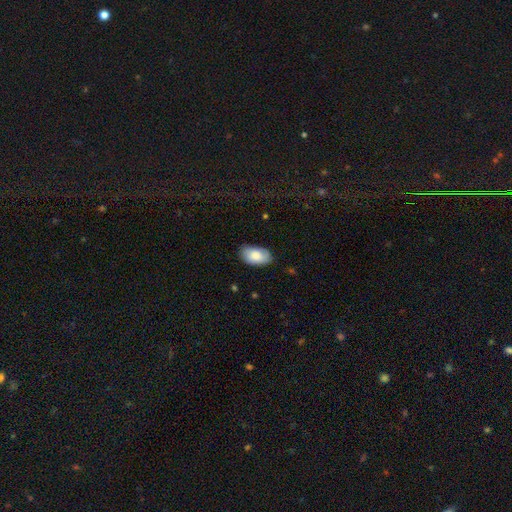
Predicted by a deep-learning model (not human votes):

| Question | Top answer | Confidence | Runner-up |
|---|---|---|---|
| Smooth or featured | smooth | 83% | featured or disk (11%) |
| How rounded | in between | 95% | round (4%) |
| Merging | none | 77% | minor disturbance (18%) |